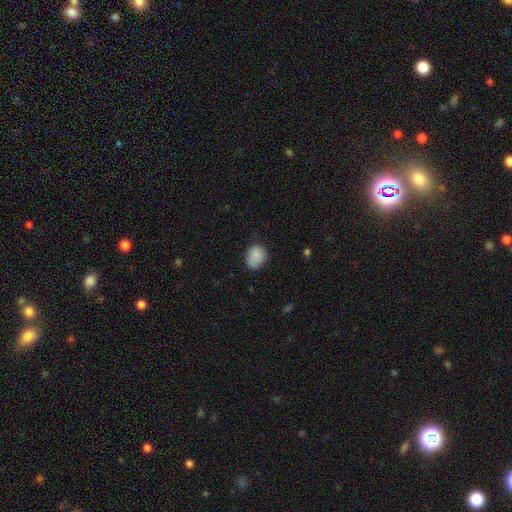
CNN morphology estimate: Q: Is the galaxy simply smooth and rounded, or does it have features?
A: smooth — 86%.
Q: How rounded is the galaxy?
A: in between — 56%.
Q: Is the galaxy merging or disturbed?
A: none — 65%.